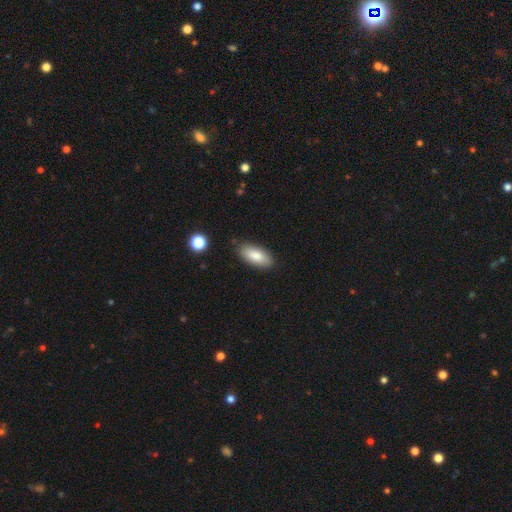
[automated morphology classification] type=smooth (84%); roundness=in between (86%); merging=none (83%).